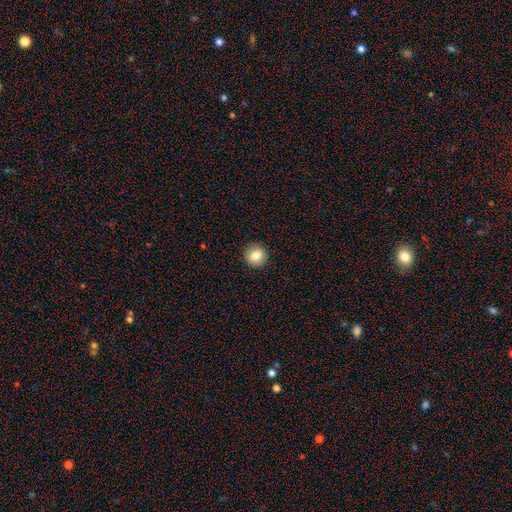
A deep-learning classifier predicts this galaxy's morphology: Q: Smooth or featured?
A: smooth (83%); runner-up: star or artifact (9%)
Q: How rounded?
A: round (94%); runner-up: in between (5%)
Q: Merging?
A: none (92%); runner-up: minor disturbance (5%)